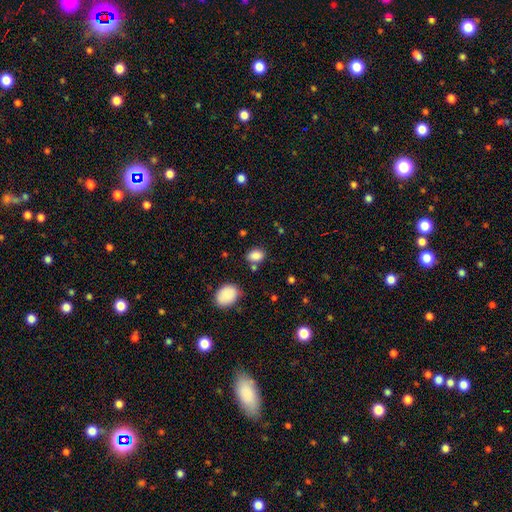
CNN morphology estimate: Smooth or featured?
  - smooth: 85% *
  - star or artifact: 10%
  - featured or disk: 4%
How rounded?
  - in between: 75% *
  - round: 24%
  - cigar-shaped: 1%
Merging?
  - none: 72% *
  - minor disturbance: 15%
  - merger: 9%
  - major disturbance: 4%